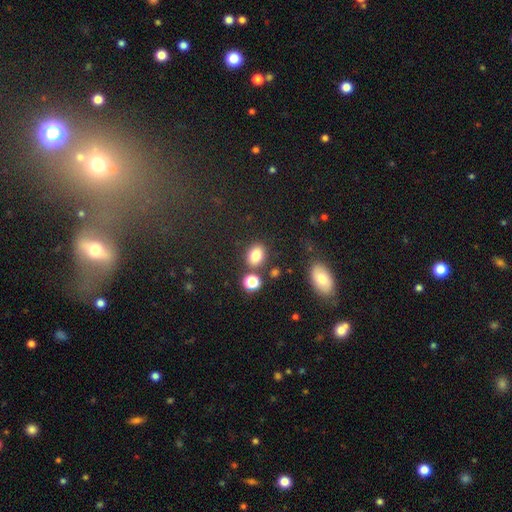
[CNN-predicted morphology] smooth_or_featured: smooth (p=0.81) [alt: star or artifact p=0.12]
how_rounded: in between (p=0.66) [alt: round p=0.32]
merging: none (p=0.76) [alt: minor disturbance p=0.11]